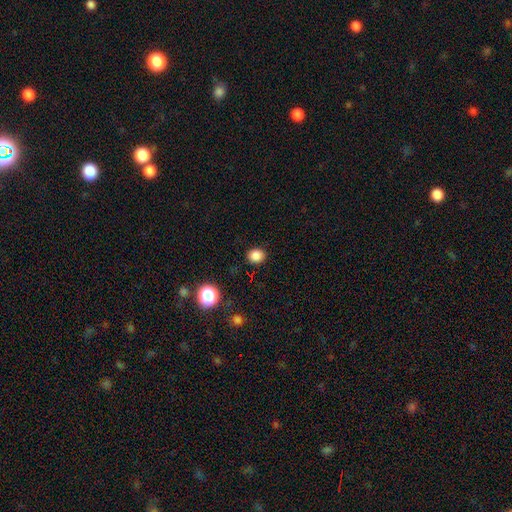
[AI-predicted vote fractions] smooth 84%, star or artifact 12%, featured or disk 4%. Down the decision tree: how rounded — round (74%); merging — none (90%).